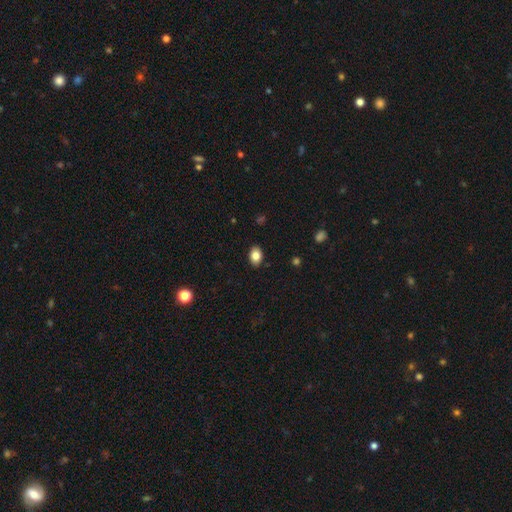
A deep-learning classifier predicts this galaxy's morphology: smooth-or-featured: smooth: 84% | star or artifact: 9% | featured or disk: 8%
  how-rounded: in between: 81% | round: 18% | cigar-shaped: 1%
  merging: none: 88% | minor disturbance: 9% | major disturbance: 2% | merger: 1%